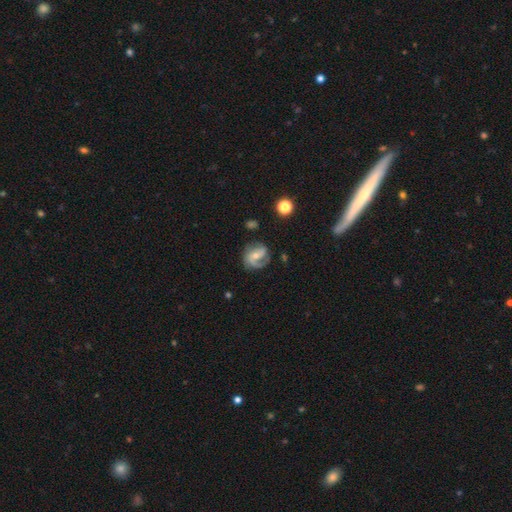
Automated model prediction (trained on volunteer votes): smooth_or_featured: featured or disk (p=0.79) [alt: smooth p=0.14]
disk_edge_on: no (p=0.97) [alt: yes p=0.03]
bar: weak (p=0.42) [alt: no p=0.39]
has_spiral_arms: yes (p=0.94) [alt: no p=0.06]
spiral_winding: medium (p=0.47) [alt: tight p=0.28]
spiral_arm_count: 2 (p=0.59) [alt: 1 p=0.20]
bulge_size: small (p=0.54) [alt: moderate p=0.41]
merging: none (p=0.66) [alt: minor disturbance p=0.20]